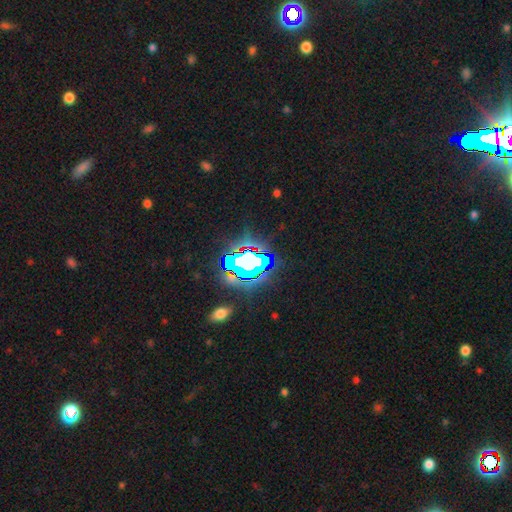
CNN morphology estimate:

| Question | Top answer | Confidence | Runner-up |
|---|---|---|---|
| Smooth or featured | star or artifact | 62% | featured or disk (19%) |